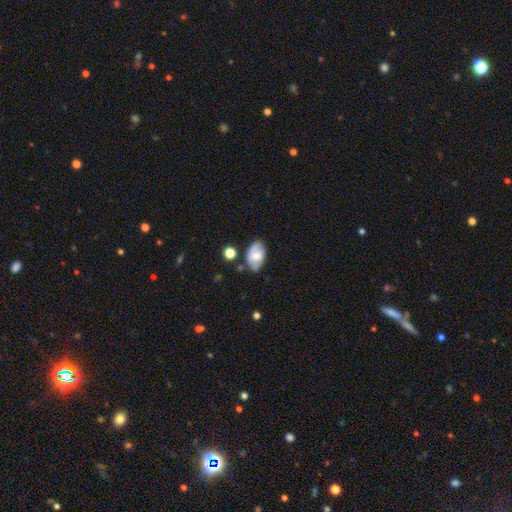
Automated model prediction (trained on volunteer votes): A smooth galaxy with no disk features (53%) that is in between round and cigar-shaped (89%). Merging: none (57%).